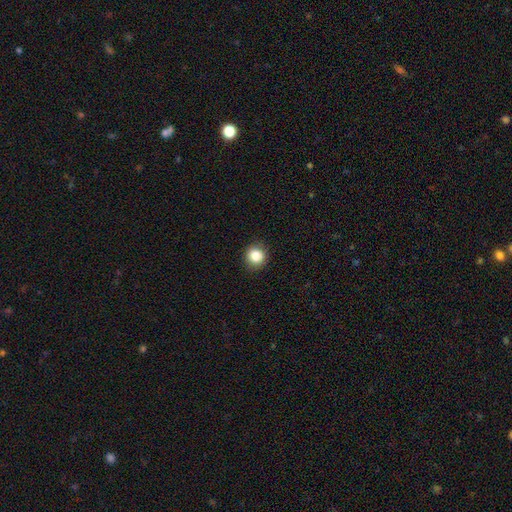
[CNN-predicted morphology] Overall: smooth (85%). How rounded: round (89%). Merging: none (90%).